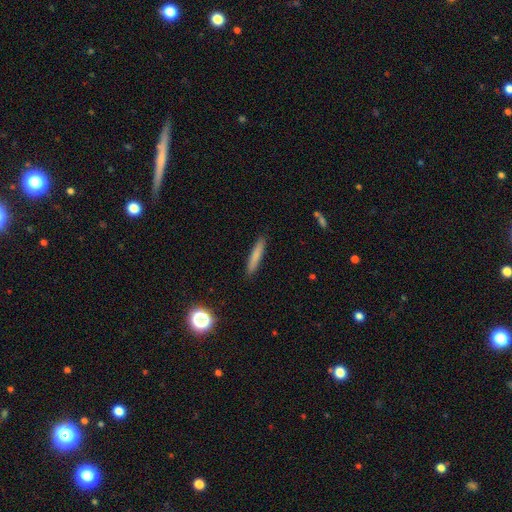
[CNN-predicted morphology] Q: Smooth or featured?
A: smooth (79%); runner-up: featured or disk (14%)
Q: How rounded?
A: cigar-shaped (92%); runner-up: in between (6%)
Q: Merging?
A: none (90%); runner-up: minor disturbance (7%)